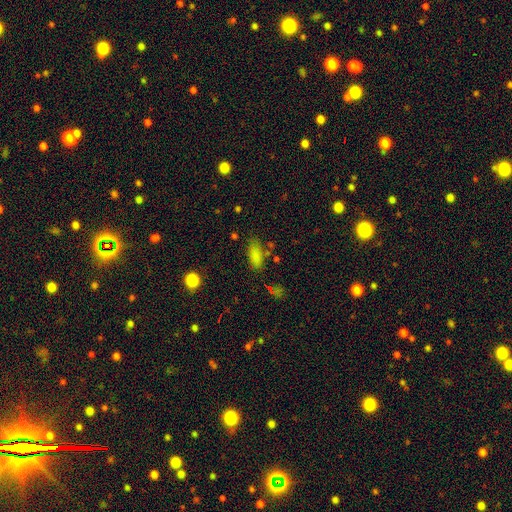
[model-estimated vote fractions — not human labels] The model was most divided on "merging": none: 72%, minor disturbance: 17%, merger: 6%, major disturbance: 6%. More confident: smooth or featured — smooth (82%); how rounded — in between (81%).